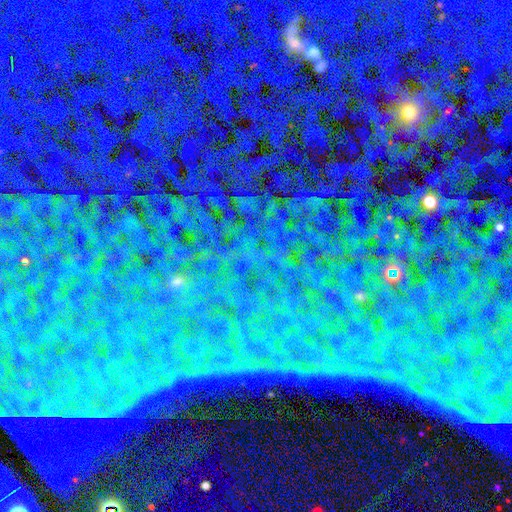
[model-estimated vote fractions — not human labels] smooth_or_featured: star or artifact (p=0.86) [alt: smooth p=0.07]